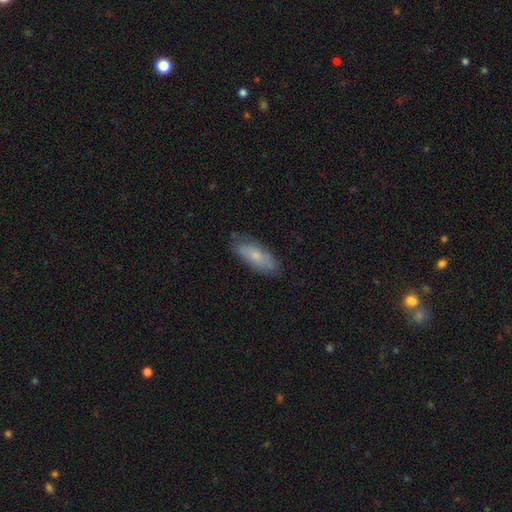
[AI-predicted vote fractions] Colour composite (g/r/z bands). It shows a smooth galaxy with no disk features (67%) that is in between round and cigar-shaped (71%). Merging: none (75%).